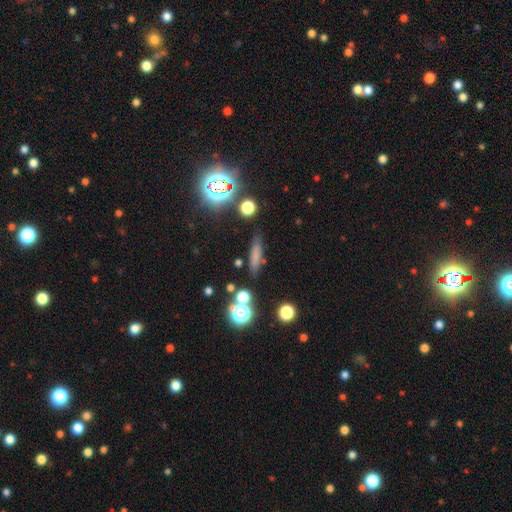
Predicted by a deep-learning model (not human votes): Smooth or featured? Predicted: smooth (p=0.68). How rounded? Predicted: cigar-shaped (p=0.77). Merging? Predicted: none (p=0.80).